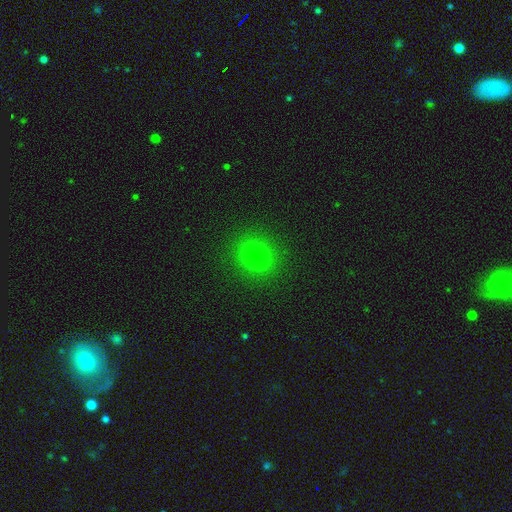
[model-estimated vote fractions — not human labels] A smooth galaxy with no disk features (77%) that is round (72%).

Vote fractions:
- Smooth or featured? smooth: 77% / star or artifact: 16% / featured or disk: 7%
- How rounded? round: 72% / in between: 27% / cigar-shaped: 1%
- Merging? none: 88% / minor disturbance: 8% / major disturbance: 3% / merger: 1%